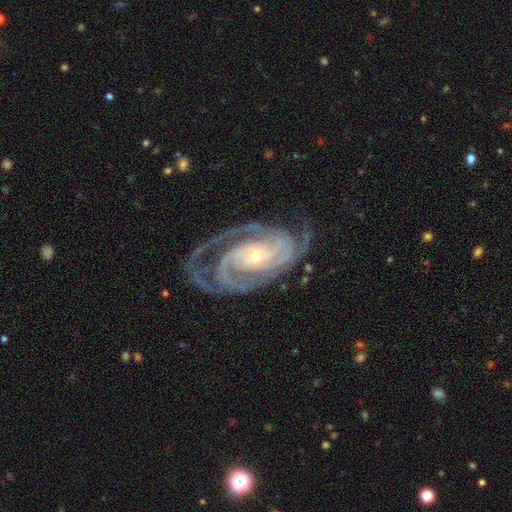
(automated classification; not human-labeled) Smooth or featured? Predicted: featured or disk (p=0.93). Edge-on disk? Predicted: no (p=0.97). Bar? Predicted: no (p=0.59). Spiral arms? Predicted: yes (p=0.99). Spiral winding? Predicted: tight (p=0.67). Spiral arm count? Predicted: 2 (p=0.39). Bulge size? Predicted: small (p=0.58). Merging? Predicted: none (p=0.70).